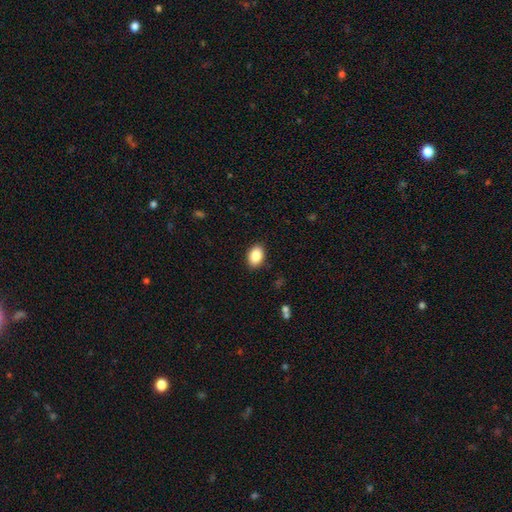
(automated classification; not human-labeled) Smooth or featured: smooth — 88% (star or artifact — 8%)
How rounded: in between — 83% (round — 16%)
Merging: none — 89% (minor disturbance — 8%)